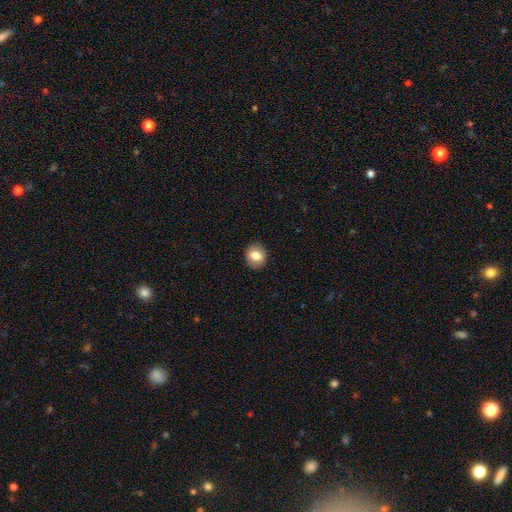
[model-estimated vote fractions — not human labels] This appears to be a smooth galaxy with no disk features (80%) that is round (72%). Merging: none (91%).